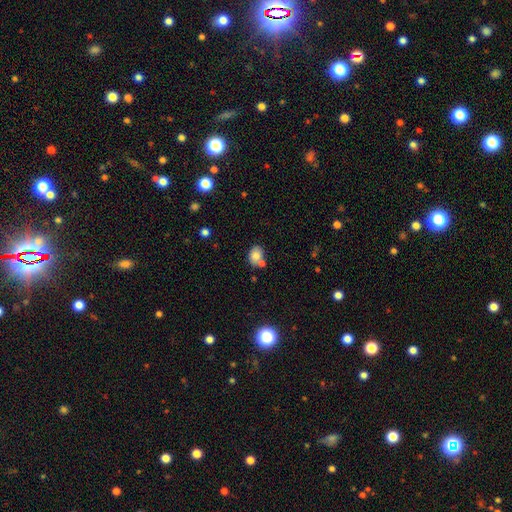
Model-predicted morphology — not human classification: smooth_or_featured: smooth (p=0.80) [alt: featured or disk p=0.10]
how_rounded: in between (p=0.61) [alt: round p=0.38]
merging: none (p=0.55) [alt: merger p=0.25]